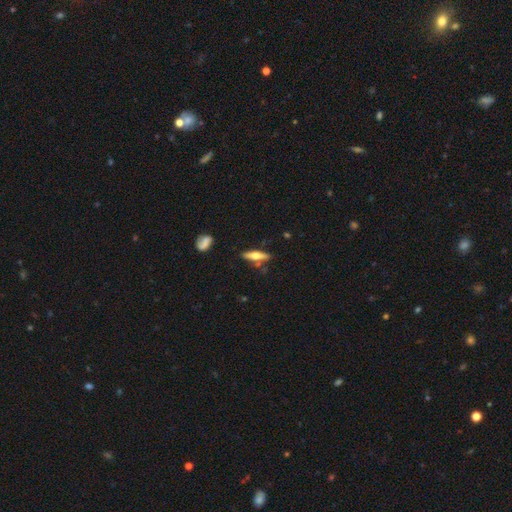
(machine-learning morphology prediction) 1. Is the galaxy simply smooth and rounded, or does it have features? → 49% featured or disk, 45% smooth, 6% star or artifact.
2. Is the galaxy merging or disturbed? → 77% none, 14% minor disturbance, 6% merger, 3% major disturbance.